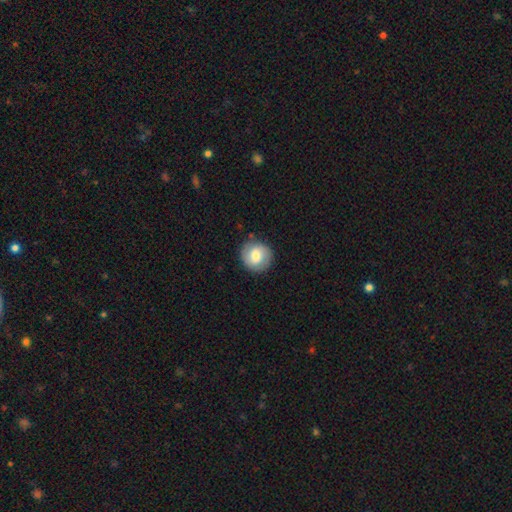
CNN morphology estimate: This appears to be a smooth galaxy with no disk features (65%) that is round (90%). Merging: none (85%).